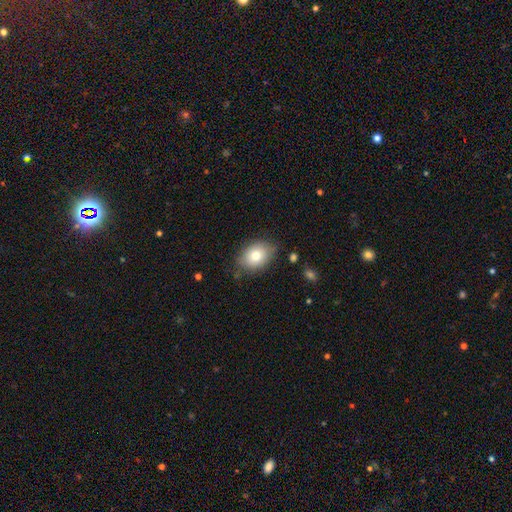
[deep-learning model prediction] smooth-or-featured: smooth: 77% | featured or disk: 14% | star or artifact: 9%
  how-rounded: in between: 71% | round: 28% | cigar-shaped: 1%
  merging: none: 77% | minor disturbance: 17% | major disturbance: 4% | merger: 2%